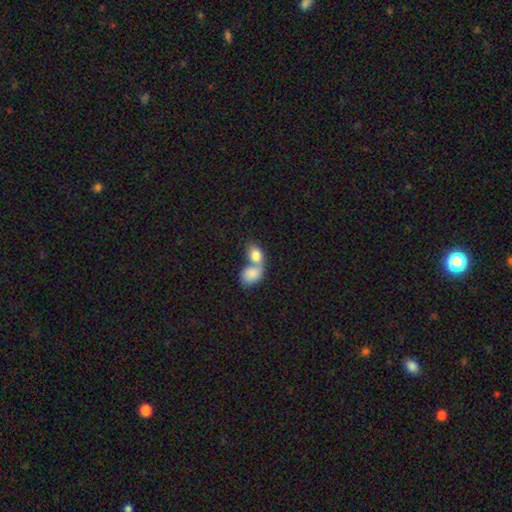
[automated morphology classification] smooth_or_featured: smooth (p=0.82) [alt: featured or disk p=0.12]
how_rounded: in between (p=0.74) [alt: round p=0.24]
merging: merger (p=0.73) [alt: none p=0.17]